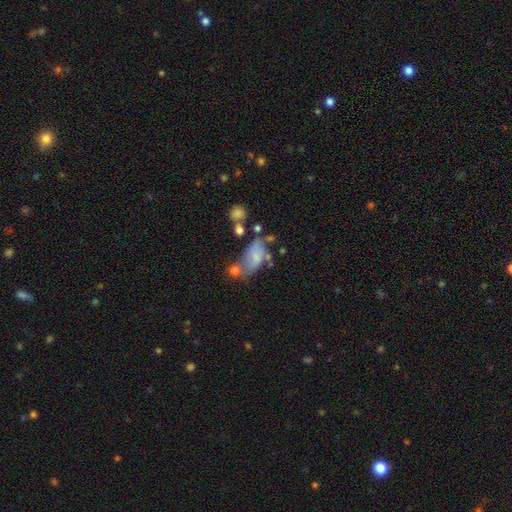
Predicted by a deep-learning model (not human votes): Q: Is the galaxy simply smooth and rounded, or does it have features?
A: smooth — 59%.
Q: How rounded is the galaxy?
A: in between — 87%.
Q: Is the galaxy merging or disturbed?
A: merger — 33%.